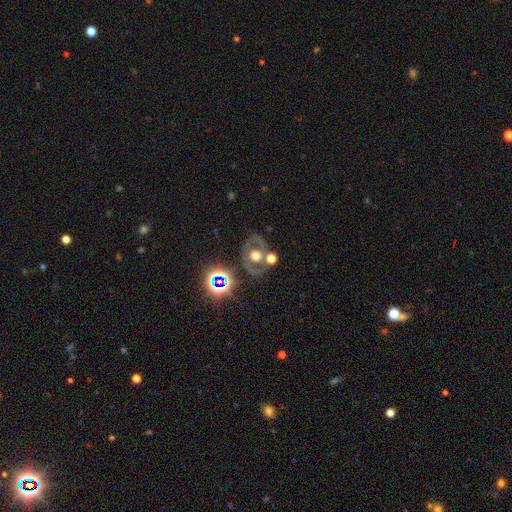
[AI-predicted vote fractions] Smooth or featured? Predicted: featured or disk (p=0.52). Edge-on disk? Predicted: no (p=0.93). Merging? Predicted: none (p=0.67).